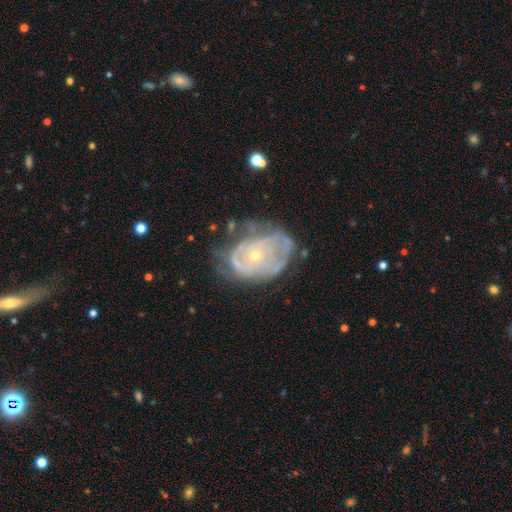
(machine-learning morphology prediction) A featured or disk galaxy (75%) with no bar (84%), spiral arms (64%) and a small central bulge (72%). Merging: none (43%).